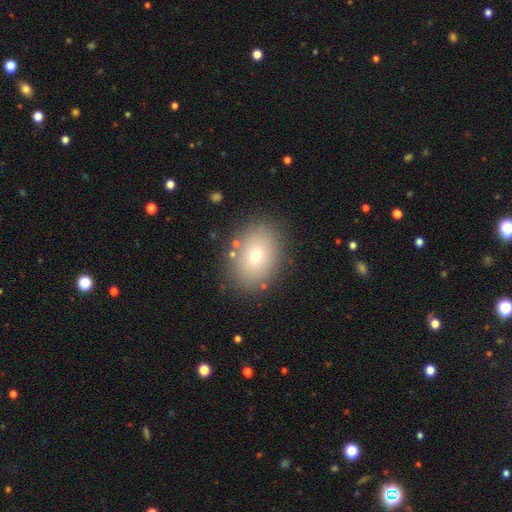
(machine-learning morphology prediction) Overall: smooth (70%). How rounded: in between (63%; round 36%). Merging: none (84%).